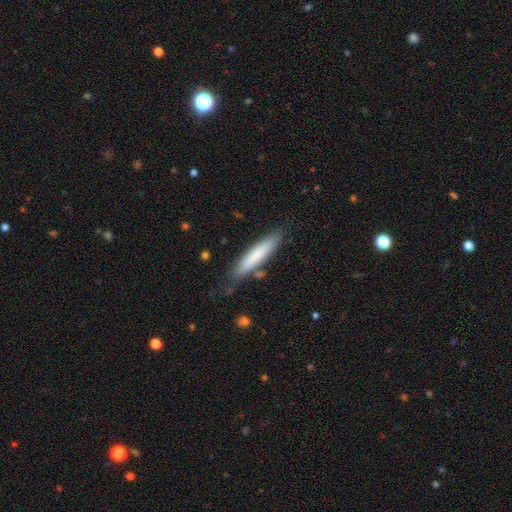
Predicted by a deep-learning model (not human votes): This is likely a smooth galaxy (75%). How rounded: clearly cigar-shaped (87%). Merging: likely none (76%).